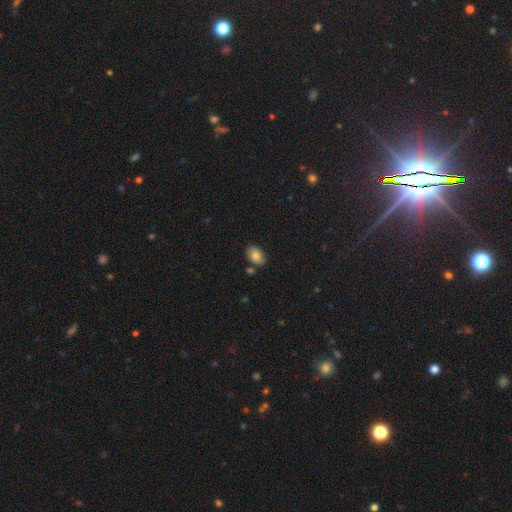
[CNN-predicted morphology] Smooth or featured?
  - smooth: 81% *
  - featured or disk: 11%
  - star or artifact: 9%
How rounded?
  - in between: 86% *
  - round: 13%
  - cigar-shaped: 1%
Merging?
  - none: 78% *
  - minor disturbance: 14%
  - merger: 6%
  - major disturbance: 3%